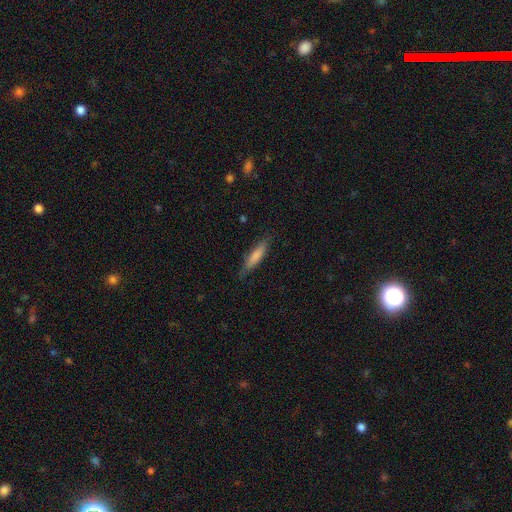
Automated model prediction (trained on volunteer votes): The model was most divided on "how rounded": cigar-shaped: 75%, in between: 23%, round: 1%. More confident: smooth or featured — smooth (77%); merging — none (76%).